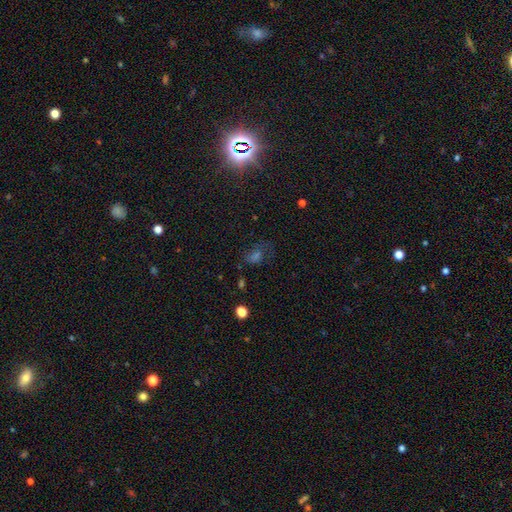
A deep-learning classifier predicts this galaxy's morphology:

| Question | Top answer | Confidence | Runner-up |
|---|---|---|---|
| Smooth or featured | star or artifact | 44% | smooth (35%) |